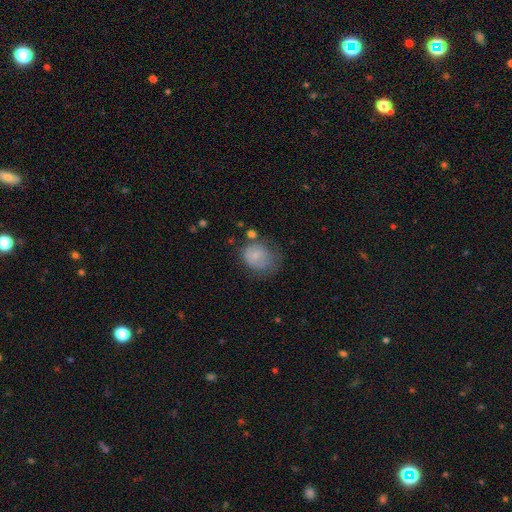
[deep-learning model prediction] This appears to be a smooth galaxy with no disk features (68%) that is round (60%). Merging: none (41%).